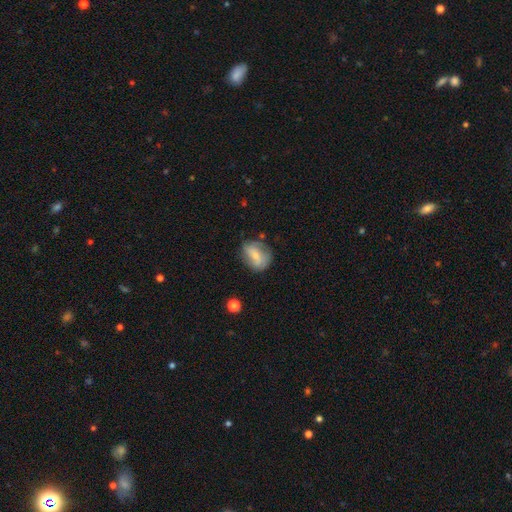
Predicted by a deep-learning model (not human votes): Smooth or featured? Predicted: smooth (p=0.54). How rounded? Predicted: in between (p=0.58). Merging? Predicted: none (p=0.59).